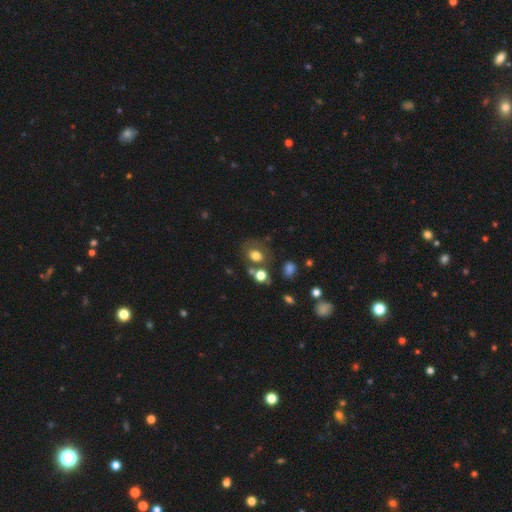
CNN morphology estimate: This is likely a smooth galaxy (71%). How rounded: possibly in between (54%). Merging: possibly none (58%).